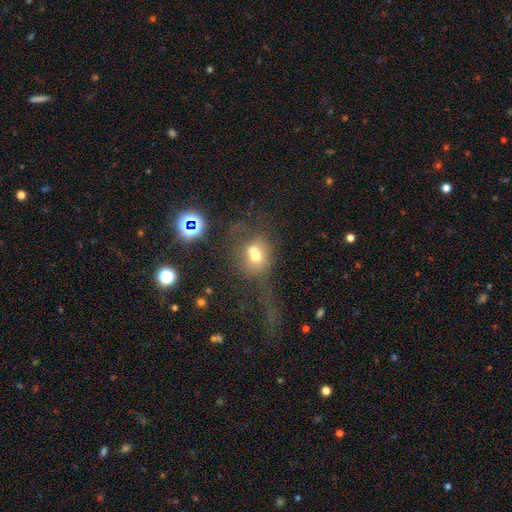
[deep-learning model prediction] Morphology: type=smooth (55%); roundness=round (66%); merging=merger (43%).